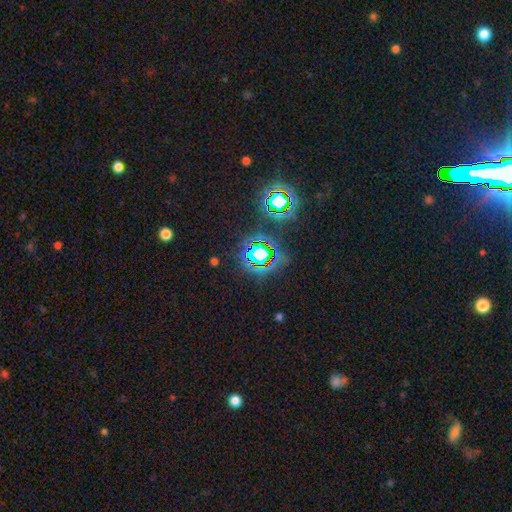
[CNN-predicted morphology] This is likely a star or artifact rather than a galaxy (77%).